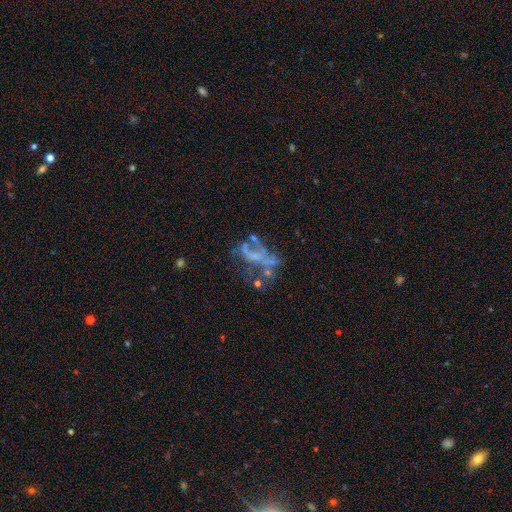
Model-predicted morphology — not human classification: featured or disk 61%, star or artifact 21%, smooth 18%. Down the decision tree: edge-on disk — no (96%); bar — no (84%); spiral arms — no (88%); bulge size — none (78%); merging — major disturbance (36%).